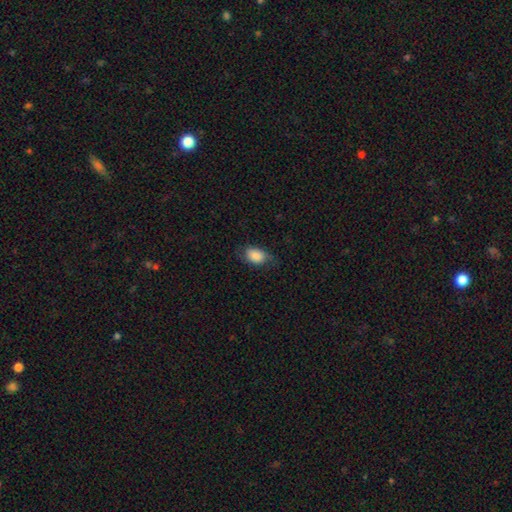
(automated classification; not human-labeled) Smooth or featured? smooth (79%)
How rounded? in between (82%)
Merging? none (62%)